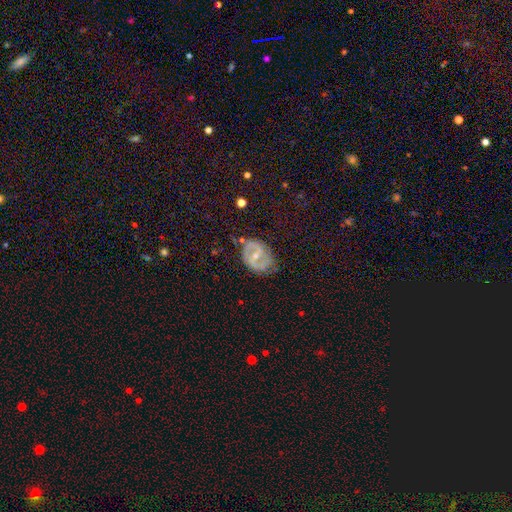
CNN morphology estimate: smooth_or_featured: featured or disk (p=0.77) [alt: smooth p=0.15]
disk_edge_on: no (p=0.97) [alt: yes p=0.03]
bar: weak (p=0.45) [alt: no p=0.33]
has_spiral_arms: yes (p=0.82) [alt: no p=0.18]
spiral_winding: medium (p=0.47) [alt: tight p=0.34]
spiral_arm_count: 2 (p=0.82) [alt: can't tell p=0.10]
bulge_size: small (p=0.49) [alt: moderate p=0.47]
merging: none (p=0.64) [alt: minor disturbance p=0.25]